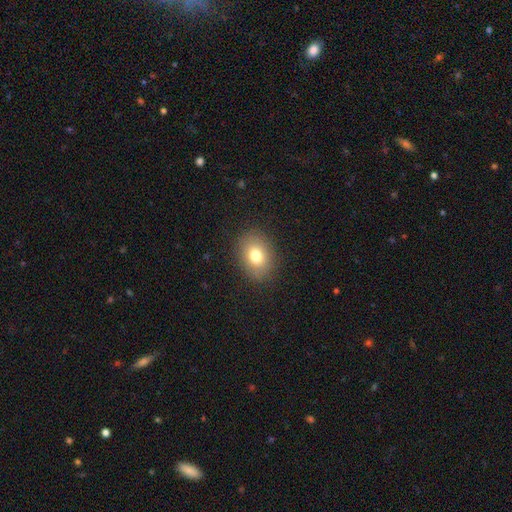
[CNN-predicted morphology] A smooth galaxy with no disk features (77%) that is in between round and cigar-shaped (59%). Merging: none (87%).